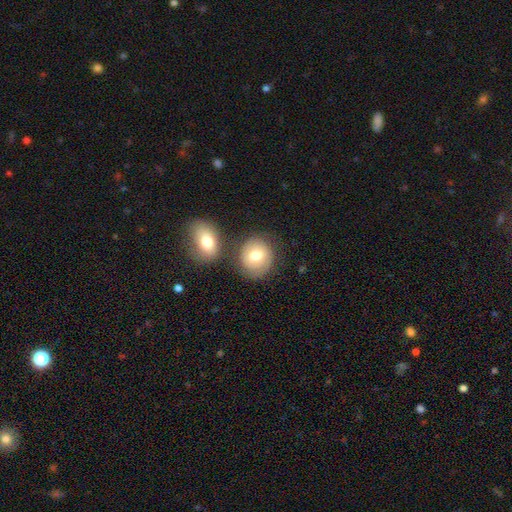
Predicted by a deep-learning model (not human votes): smooth-or-featured: smooth: 68% | featured or disk: 24% | star or artifact: 8%
  how-rounded: round: 73% | in between: 26% | cigar-shaped: 1%
  merging: none: 64% | merger: 18% | minor disturbance: 14% | major disturbance: 5%